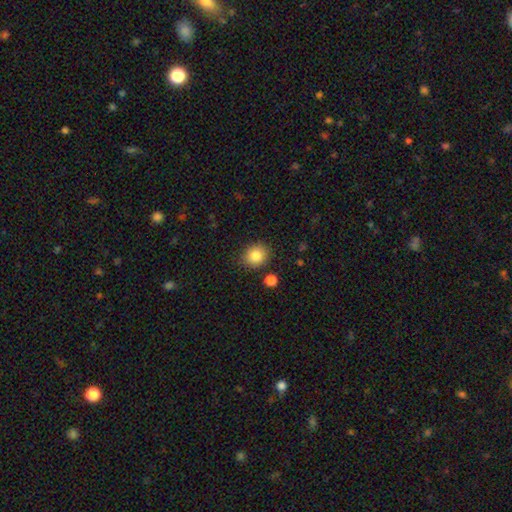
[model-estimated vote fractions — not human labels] Morphology: type=smooth (84%); roundness=round (79%); merging=none (85%).